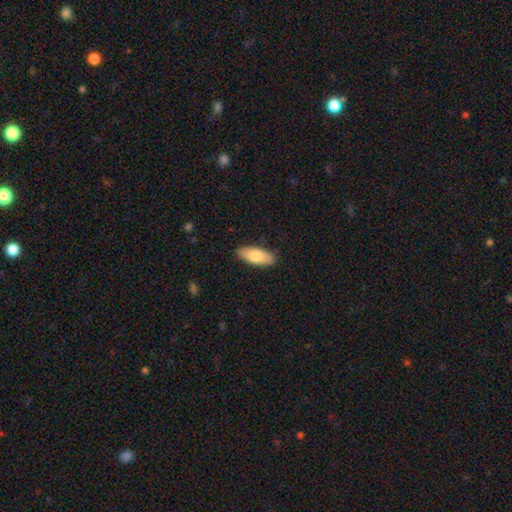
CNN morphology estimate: This is likely a smooth galaxy (78%). How rounded: likely in between (79%). Merging: clearly none (87%).